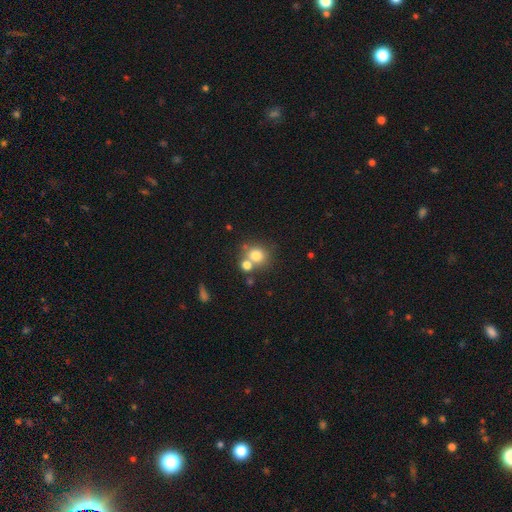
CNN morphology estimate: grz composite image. It shows a smooth galaxy with no disk features (76%) that is round (83%). Merging: none (54%).